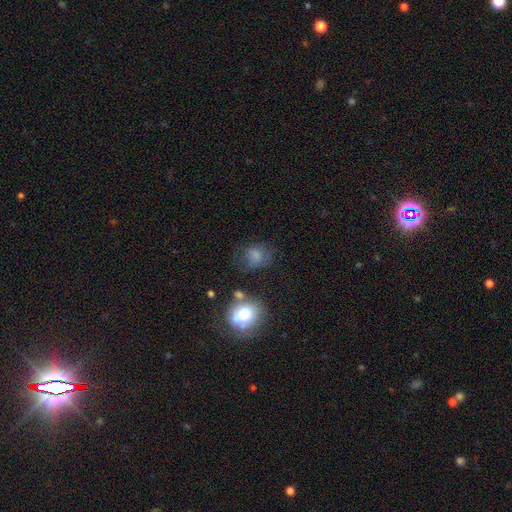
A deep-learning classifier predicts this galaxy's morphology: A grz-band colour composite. It shows a smooth galaxy with no disk features (76%) that is round (63%). Merging: none (53%).